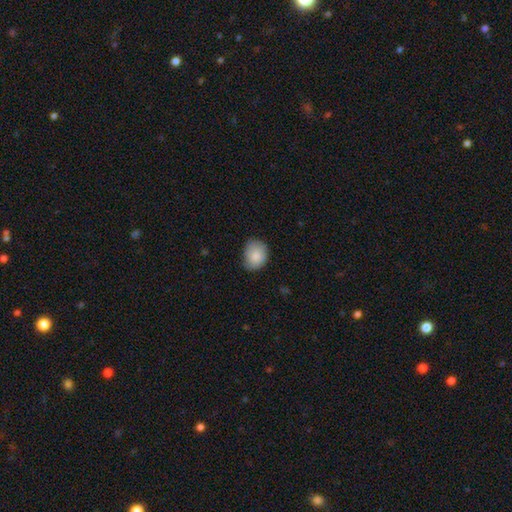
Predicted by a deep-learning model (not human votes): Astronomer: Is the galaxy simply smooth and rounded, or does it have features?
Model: smooth — 85%.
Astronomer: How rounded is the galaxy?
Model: in between — 52% (runner-up: round, 47%).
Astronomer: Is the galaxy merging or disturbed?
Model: none — 67%.